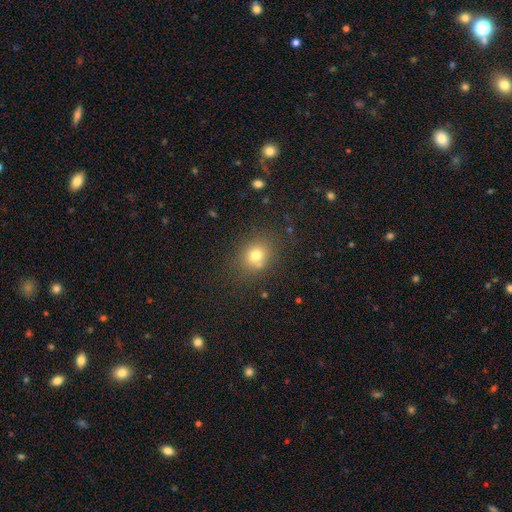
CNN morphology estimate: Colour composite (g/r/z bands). It shows a smooth galaxy with no disk features (74%) that is round (70%). Merging: none (74%).